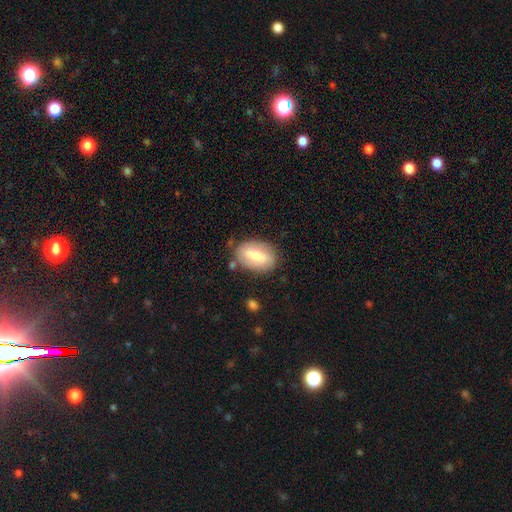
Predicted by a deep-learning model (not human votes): smooth-or-featured: smooth: 62% | featured or disk: 32% | star or artifact: 6%
  how-rounded: in between: 87% | round: 11% | cigar-shaped: 2%
  merging: none: 76% | minor disturbance: 16% | major disturbance: 5% | merger: 4%